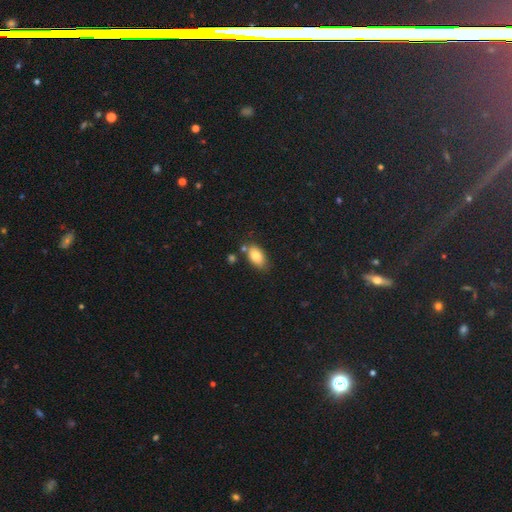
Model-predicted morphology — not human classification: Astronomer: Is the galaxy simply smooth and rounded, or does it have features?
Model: smooth — 82%.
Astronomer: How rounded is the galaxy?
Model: in between — 91%.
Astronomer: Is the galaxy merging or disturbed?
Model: none — 71%.